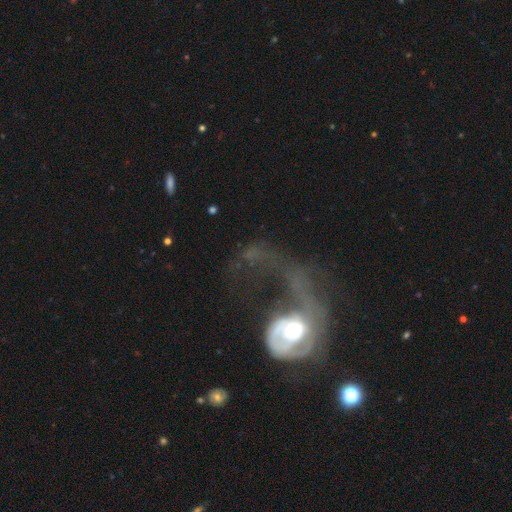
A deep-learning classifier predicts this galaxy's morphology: Q: Smooth or featured?
A: featured or disk (61%); runner-up: smooth (28%)
Q: Edge-on disk?
A: no (94%); runner-up: yes (6%)
Q: Bar?
A: no (75%); runner-up: weak (17%)
Q: Spiral arms?
A: yes (53%); runner-up: no (47%)
Q: Bulge size?
A: moderate (62%); runner-up: large (21%)
Q: Merging?
A: major disturbance (67%); runner-up: none (15%)